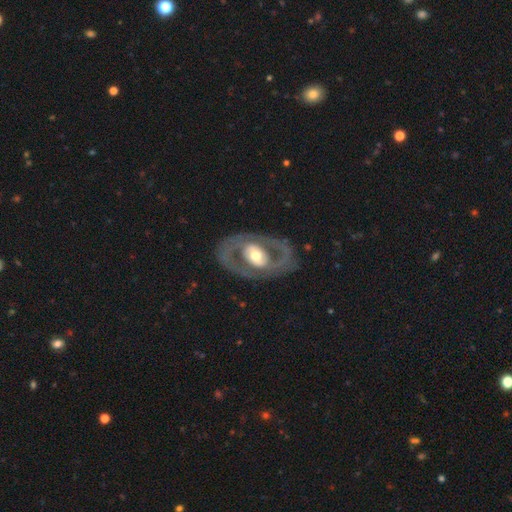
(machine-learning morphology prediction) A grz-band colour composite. It shows a featured or disk galaxy (80%) with no bar (49%), spiral arms (62%) and a moderate central bulge (63%). Merging: none (79%).